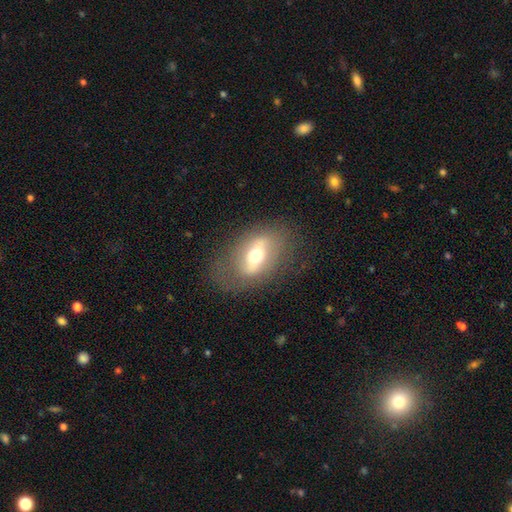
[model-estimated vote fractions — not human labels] Smooth or featured? featured or disk (52%)
Edge-on disk? no (81%)
Merging? none (71%)